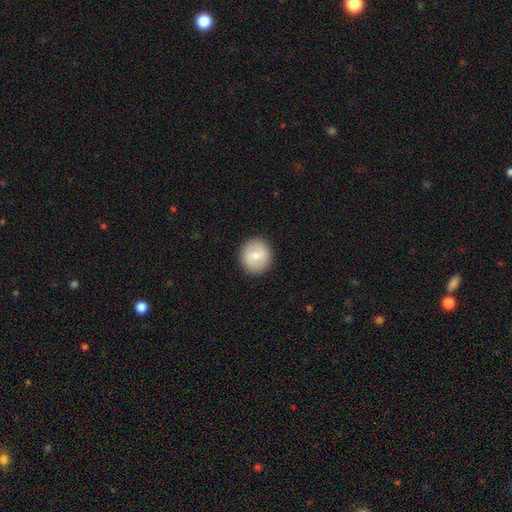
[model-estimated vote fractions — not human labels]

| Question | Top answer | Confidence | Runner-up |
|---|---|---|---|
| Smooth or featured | smooth | 70% | featured or disk (24%) |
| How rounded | round | 91% | in between (8%) |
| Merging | none | 91% | minor disturbance (6%) |